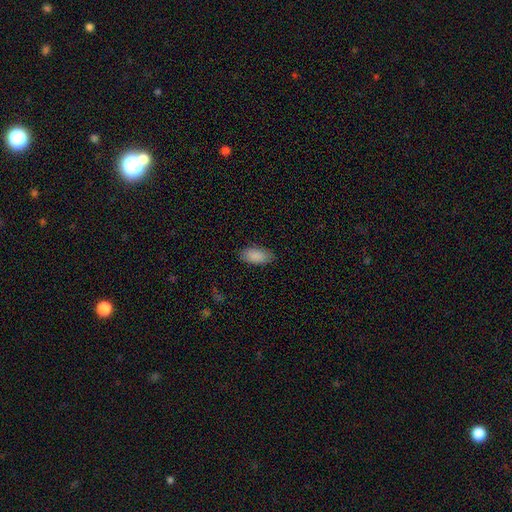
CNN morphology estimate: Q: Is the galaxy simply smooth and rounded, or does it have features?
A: smooth — 89%.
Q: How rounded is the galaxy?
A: in between — 92%.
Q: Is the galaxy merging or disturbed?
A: none — 85%.